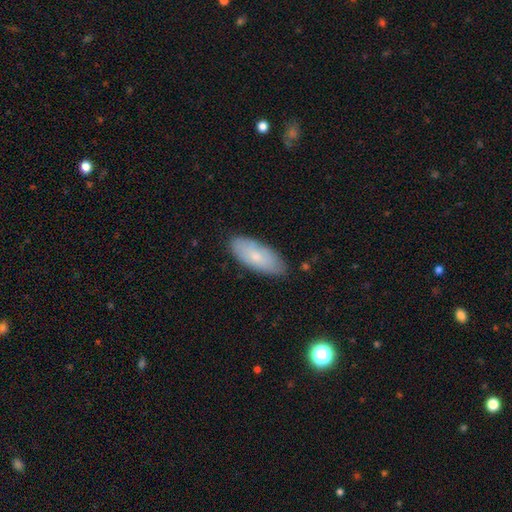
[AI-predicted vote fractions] A smooth galaxy with no disk features (74%) that is in between round and cigar-shaped (84%).

Vote fractions:
- Smooth or featured? smooth: 74% / featured or disk: 20% / star or artifact: 6%
- How rounded? in between: 84% / cigar-shaped: 14% / round: 2%
- Merging? none: 82% / minor disturbance: 14% / major disturbance: 2% / merger: 1%